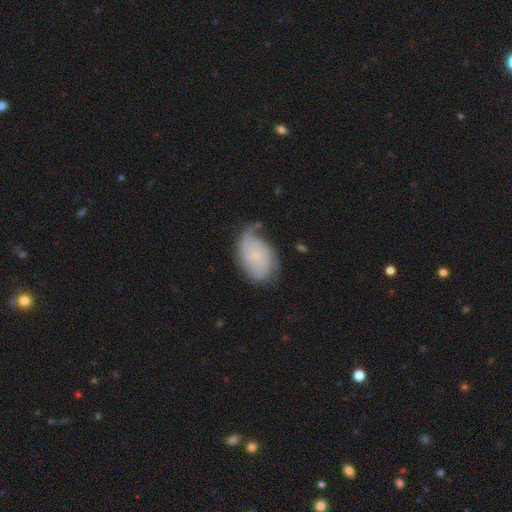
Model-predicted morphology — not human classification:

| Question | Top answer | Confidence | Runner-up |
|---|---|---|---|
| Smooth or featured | featured or disk | 71% | smooth (23%) |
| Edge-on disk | no | 97% | yes (3%) |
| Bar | no | 72% | weak (25%) |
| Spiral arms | yes | 93% | no (7%) |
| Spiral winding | tight | 45% | medium (35%) |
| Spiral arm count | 2 | 35% | can't tell (27%) |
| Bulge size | small | 74% | moderate (12%) |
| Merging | none | 48% | minor disturbance (31%) |